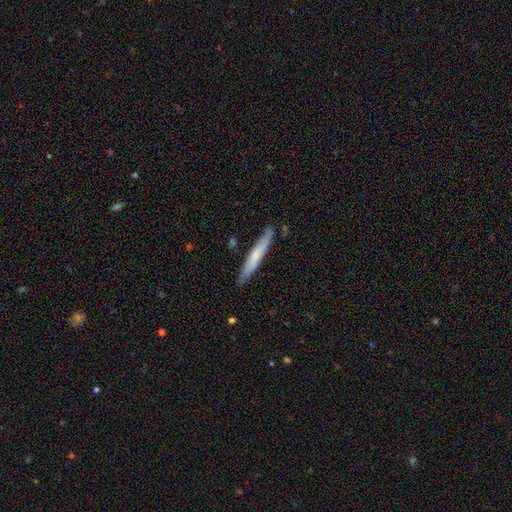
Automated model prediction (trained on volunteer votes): Smooth or featured? smooth (63%)
How rounded? cigar-shaped (95%)
Merging? none (85%)